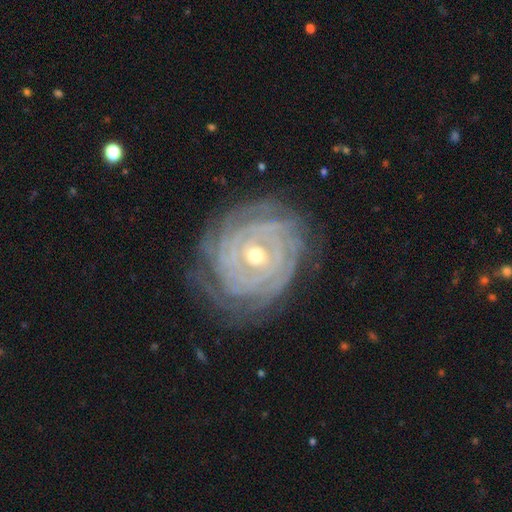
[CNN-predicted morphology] smooth_or_featured: featured or disk (p=0.89) [alt: smooth p=0.06]
disk_edge_on: no (p=0.97) [alt: yes p=0.03]
bar: no (p=0.66) [alt: weak p=0.23]
has_spiral_arms: yes (p=0.97) [alt: no p=0.03]
spiral_winding: tight (p=0.90) [alt: medium p=0.08]
spiral_arm_count: can't tell (p=0.29) [alt: 4 p=0.19]
bulge_size: moderate (p=0.53) [alt: small p=0.43]
merging: none (p=0.77) [alt: minor disturbance p=0.16]